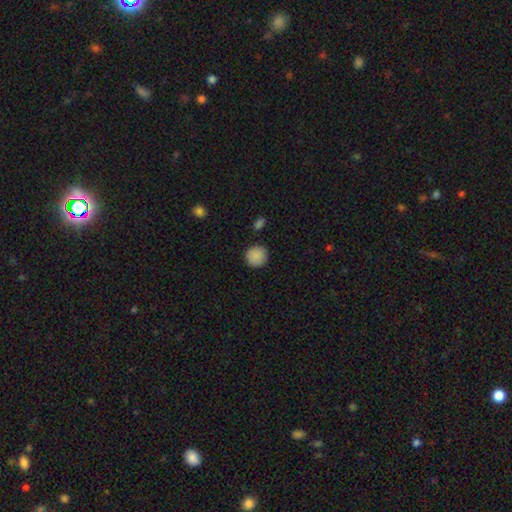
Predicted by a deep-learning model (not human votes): Overall: smooth (89%). How rounded: round (93%). Merging: none (88%).